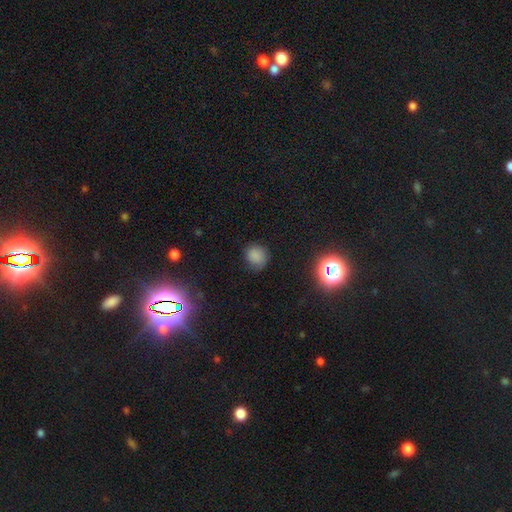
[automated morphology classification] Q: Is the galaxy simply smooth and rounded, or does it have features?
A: smooth — 78%.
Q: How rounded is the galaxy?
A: round — 79%.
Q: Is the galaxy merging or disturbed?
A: none — 74%.